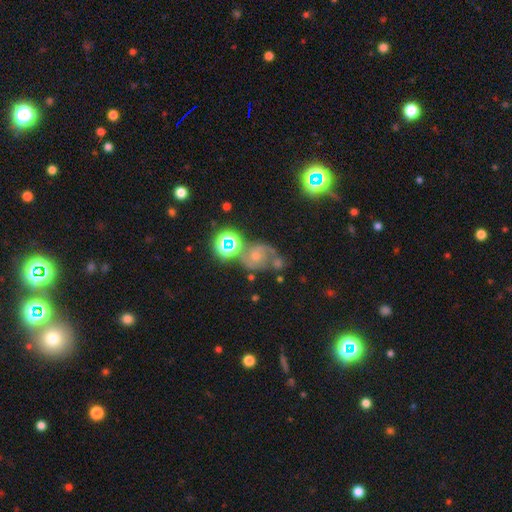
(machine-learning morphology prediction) smooth_or_featured: featured or disk (p=0.44) [alt: smooth p=0.30]
merging: none (p=0.38) [alt: merger p=0.24]